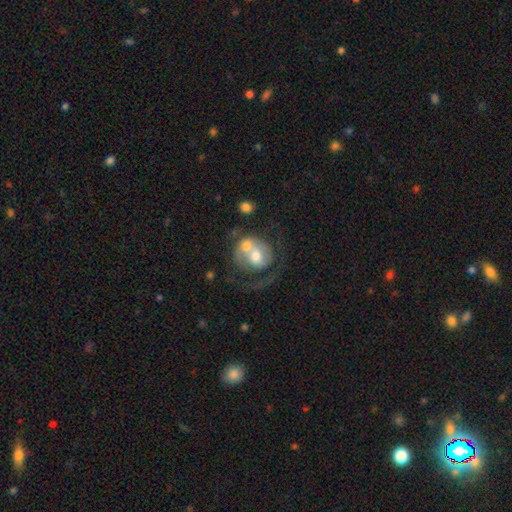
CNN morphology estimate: This appears to be a featured or disk galaxy (57%) with no bar (73%), spiral arms (55%) and a moderate central bulge (64%). Merging: merger (55%).